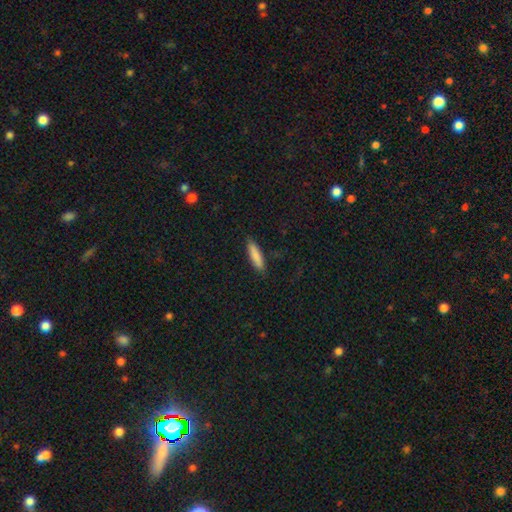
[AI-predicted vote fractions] Smooth or featured?
  - smooth: 85% *
  - featured or disk: 8%
  - star or artifact: 6%
How rounded?
  - cigar-shaped: 71% *
  - in between: 27%
  - round: 1%
Merging?
  - none: 86% *
  - minor disturbance: 11%
  - major disturbance: 2%
  - merger: 1%